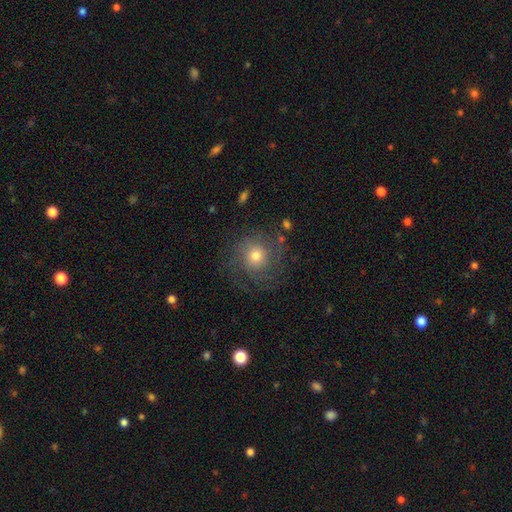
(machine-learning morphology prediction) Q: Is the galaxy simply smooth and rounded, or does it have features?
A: smooth — 46%.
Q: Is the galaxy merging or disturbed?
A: none — 70%.